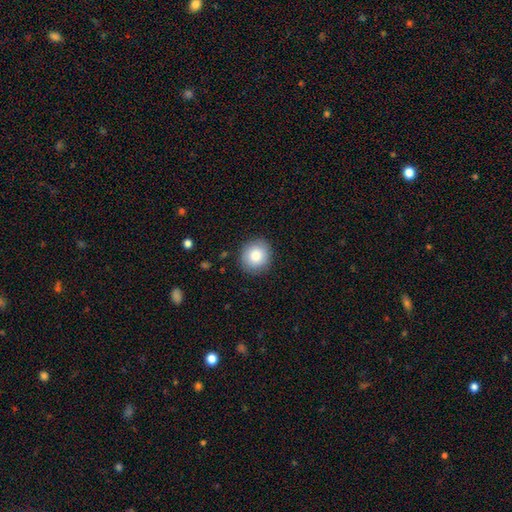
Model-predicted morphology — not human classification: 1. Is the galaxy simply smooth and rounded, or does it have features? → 83% smooth, 9% featured or disk, 8% star or artifact.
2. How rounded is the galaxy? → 86% round, 13% in between, 1% cigar-shaped.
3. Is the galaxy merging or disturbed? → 88% none, 8% minor disturbance, 2% major disturbance, 1% merger.